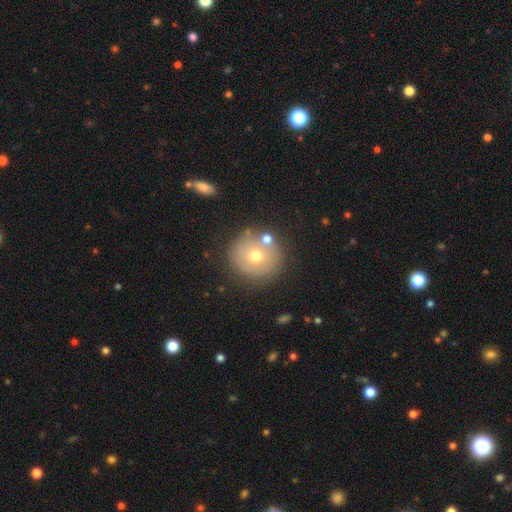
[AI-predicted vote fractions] Q: Smooth or featured?
A: smooth (59%); runner-up: featured or disk (29%)
Q: How rounded?
A: round (93%); runner-up: in between (6%)
Q: Merging?
A: none (76%); runner-up: minor disturbance (11%)